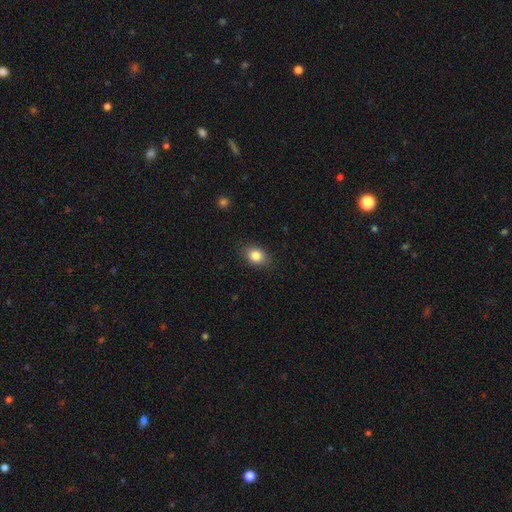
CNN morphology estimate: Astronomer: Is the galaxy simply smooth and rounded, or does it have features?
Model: smooth — 84%.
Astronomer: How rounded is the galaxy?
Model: in between — 66%.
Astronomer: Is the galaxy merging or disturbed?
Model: none — 86%.